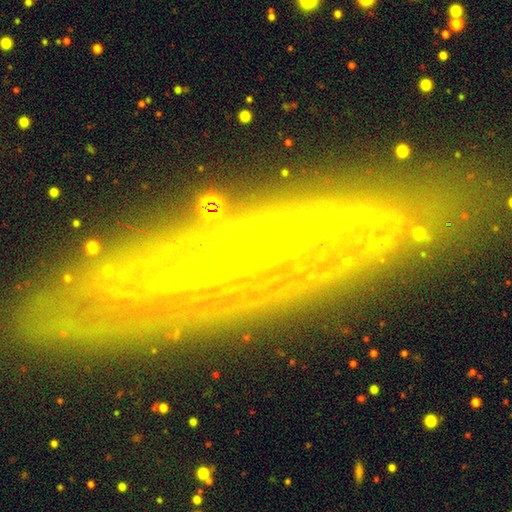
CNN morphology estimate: Overall: featured or disk (78%). Edge-on disk: no (55%; yes 45%). Merging: none (78%).